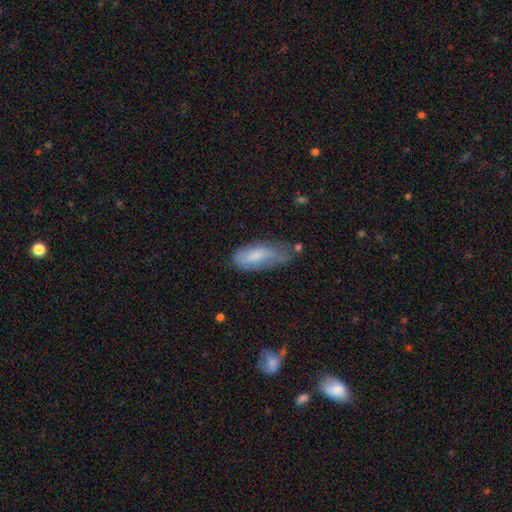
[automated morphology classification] smooth_or_featured: smooth (p=0.67) [alt: featured or disk p=0.25]
how_rounded: in between (p=0.79) [alt: cigar-shaped p=0.19]
merging: minor disturbance (p=0.43) [alt: none p=0.33]